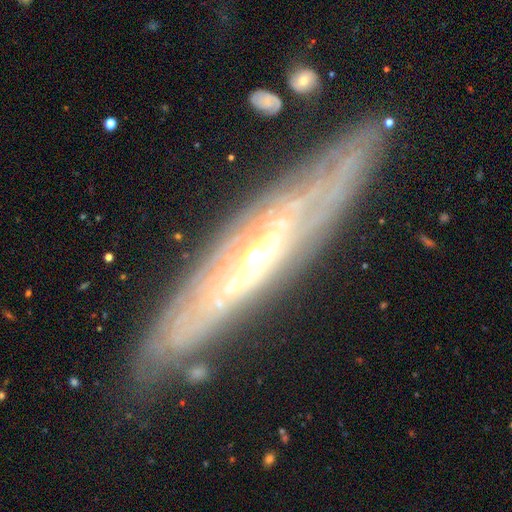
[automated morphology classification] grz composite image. It shows a featured or disk galaxy (81%) viewed edge-on (58%). Merging: none (82%).